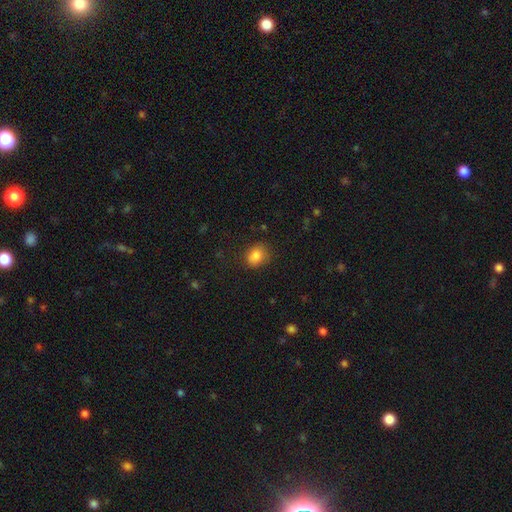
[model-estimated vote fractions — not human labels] This appears to be a smooth galaxy with no disk features (84%) that is in between round and cigar-shaped (53%). Merging: none (78%).